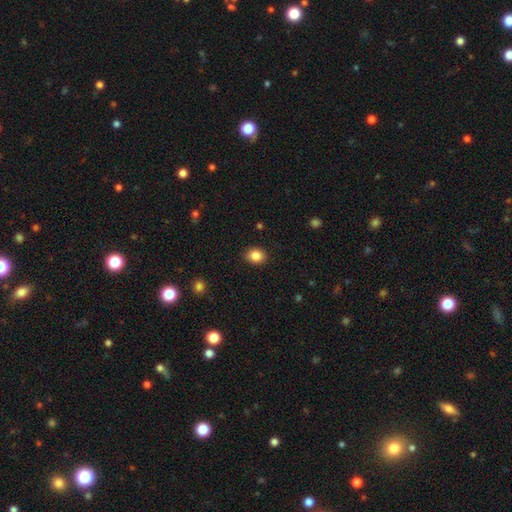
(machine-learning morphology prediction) Smooth or featured?
  - smooth: 87% *
  - star or artifact: 9%
  - featured or disk: 4%
How rounded?
  - round: 54% *
  - in between: 45%
  - cigar-shaped: 1%
Merging?
  - none: 88% *
  - minor disturbance: 8%
  - major disturbance: 2%
  - merger: 1%